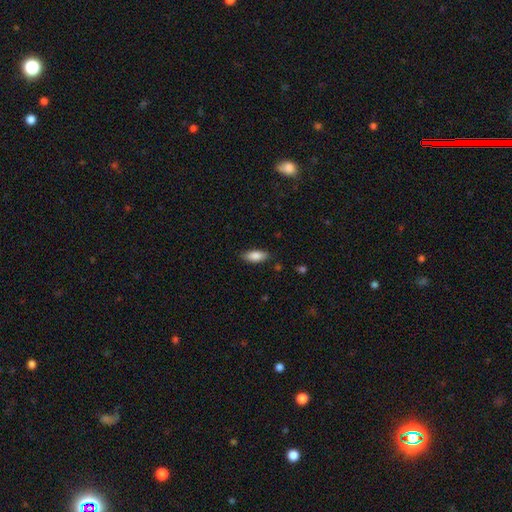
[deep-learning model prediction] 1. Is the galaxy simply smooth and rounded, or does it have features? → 85% smooth, 8% featured or disk, 7% star or artifact.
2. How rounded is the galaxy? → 80% in between, 18% cigar-shaped, 2% round.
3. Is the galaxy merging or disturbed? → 84% none, 13% minor disturbance, 3% major disturbance, 1% merger.